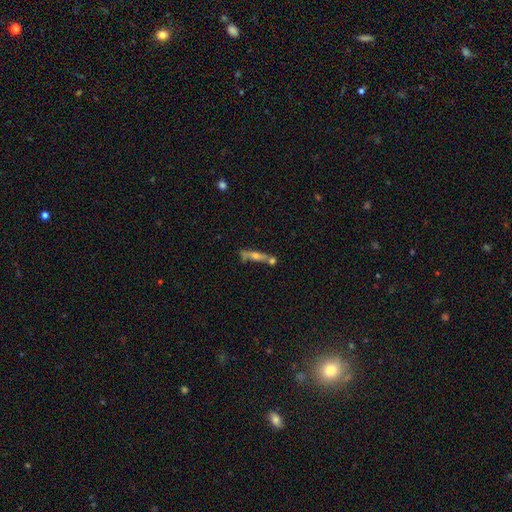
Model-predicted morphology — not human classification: Smooth or featured? featured or disk (52%)
Edge-on disk? yes (72%)
Merging? none (46%)